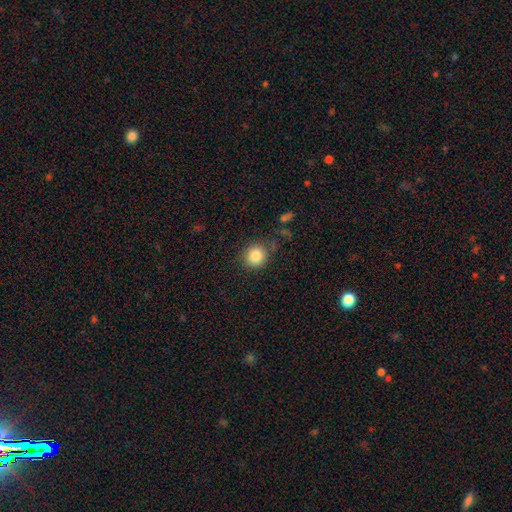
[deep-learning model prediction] This appears to be a smooth galaxy with no disk features (85%) that is round (88%). Merging: none (80%).